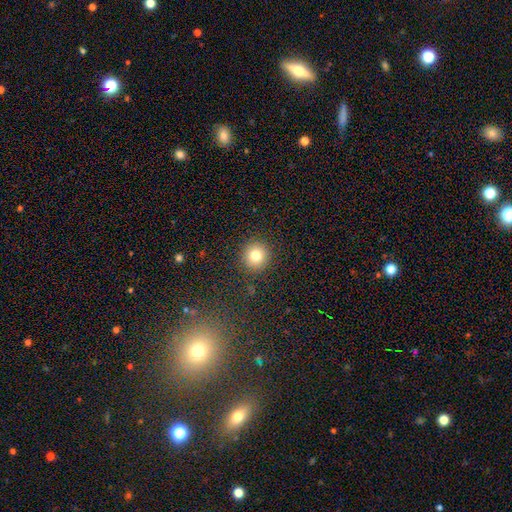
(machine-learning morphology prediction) Smooth or featured? smooth (79%)
How rounded? round (95%)
Merging? none (91%)